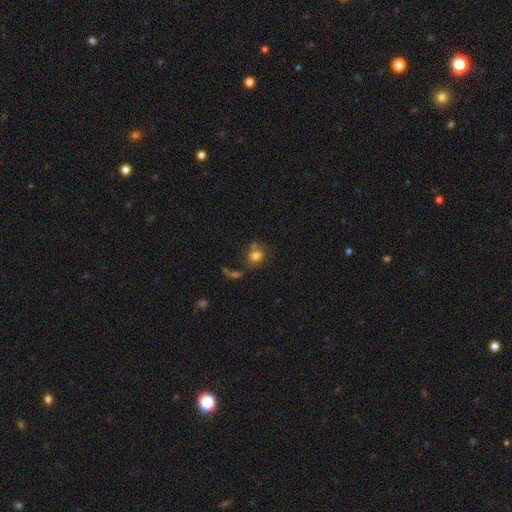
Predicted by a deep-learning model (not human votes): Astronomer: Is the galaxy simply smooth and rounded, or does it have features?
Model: smooth — 75%.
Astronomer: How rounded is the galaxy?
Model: round — 76%.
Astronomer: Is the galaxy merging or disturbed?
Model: none — 52%.